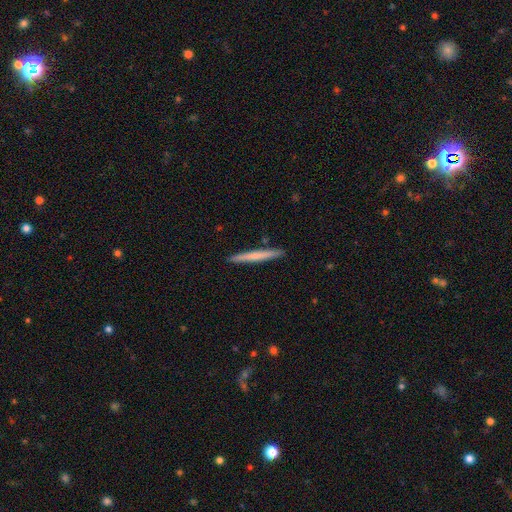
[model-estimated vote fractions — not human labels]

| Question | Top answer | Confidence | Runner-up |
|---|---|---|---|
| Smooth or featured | smooth | 62% | featured or disk (33%) |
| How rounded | cigar-shaped | 97% | in between (2%) |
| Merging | none | 92% | minor disturbance (5%) |